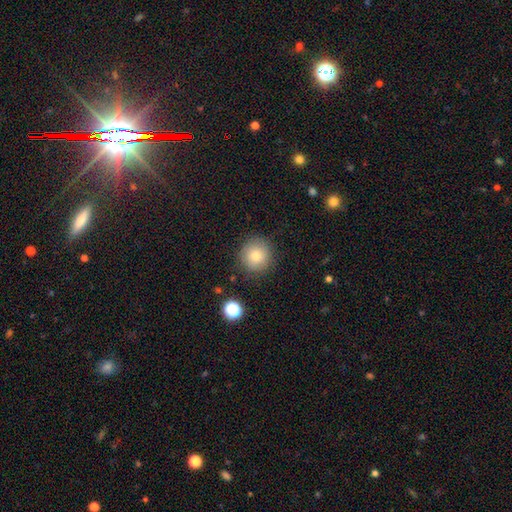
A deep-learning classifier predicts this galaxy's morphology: Q: Smooth or featured?
A: smooth (79%); runner-up: star or artifact (12%)
Q: How rounded?
A: round (92%); runner-up: in between (7%)
Q: Merging?
A: none (86%); runner-up: minor disturbance (9%)